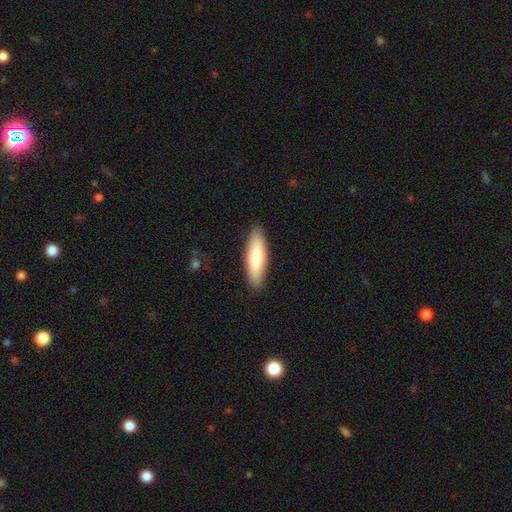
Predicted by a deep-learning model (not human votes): Smooth or featured: smooth — 75% (featured or disk — 19%)
How rounded: cigar-shaped — 61% (in between — 37%)
Merging: none — 88% (minor disturbance — 9%)